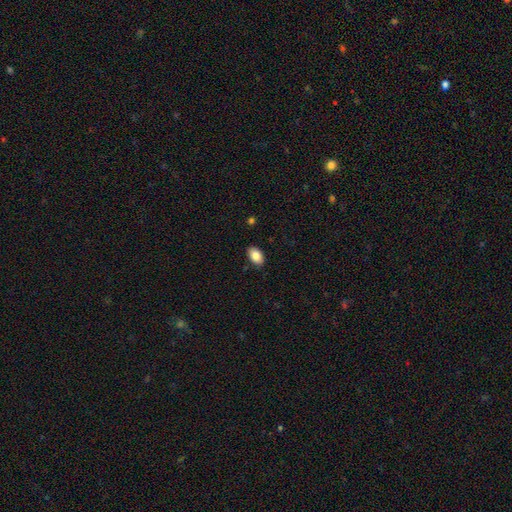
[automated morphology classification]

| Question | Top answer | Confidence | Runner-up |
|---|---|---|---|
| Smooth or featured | smooth | 86% | star or artifact (7%) |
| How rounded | in between | 90% | round (9%) |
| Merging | none | 88% | minor disturbance (9%) |